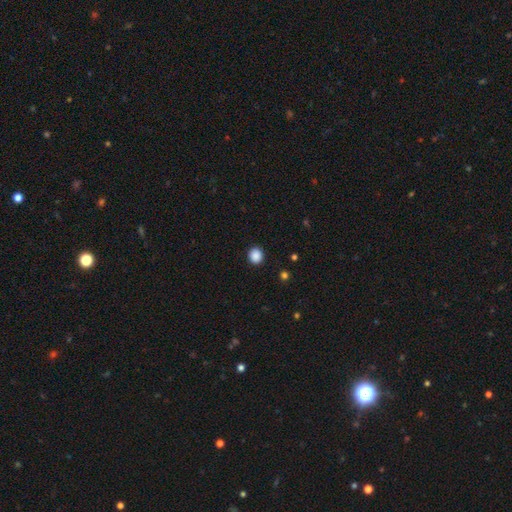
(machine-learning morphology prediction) Overall: smooth (88%). How rounded: round (83%). Merging: none (92%).